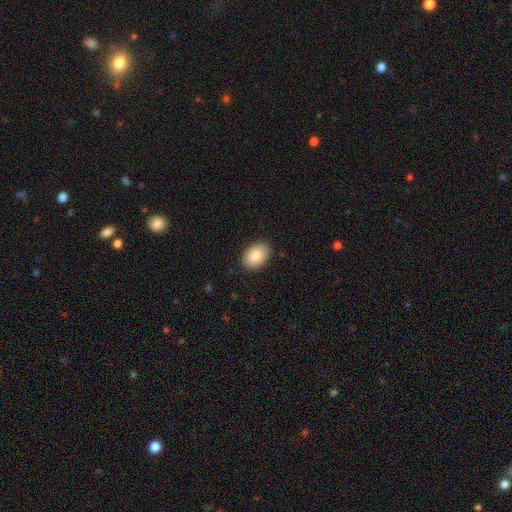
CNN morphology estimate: Smooth or featured? Predicted: smooth (p=0.86). How rounded? Predicted: in between (p=0.84). Merging? Predicted: none (p=0.88).